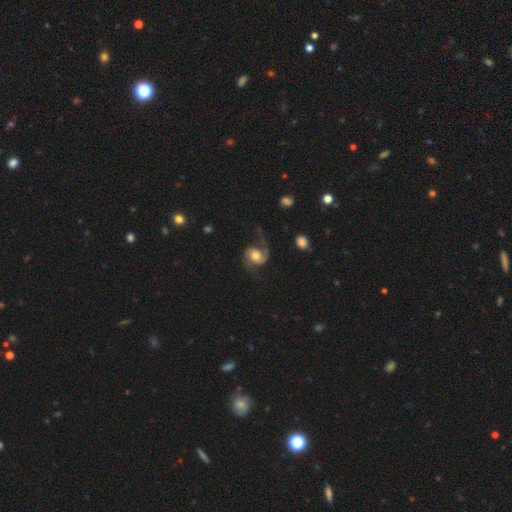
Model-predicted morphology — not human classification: Smooth or featured? Predicted: featured or disk (p=0.80). Edge-on disk? Predicted: no (p=0.98). Bar? Predicted: no (p=0.63). Spiral arms? Predicted: yes (p=0.96). Spiral winding? Predicted: medium (p=0.43, tied with loose). Spiral arm count? Predicted: 2 (p=0.82). Bulge size? Predicted: moderate (p=0.58). Merging? Predicted: none (p=0.59).